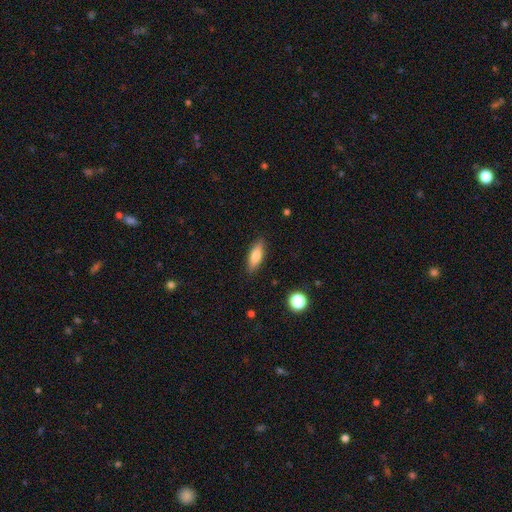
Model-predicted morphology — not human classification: smooth 74%, featured or disk 19%, star or artifact 7%. Down the decision tree: how rounded — in between (58%); merging — none (87%).